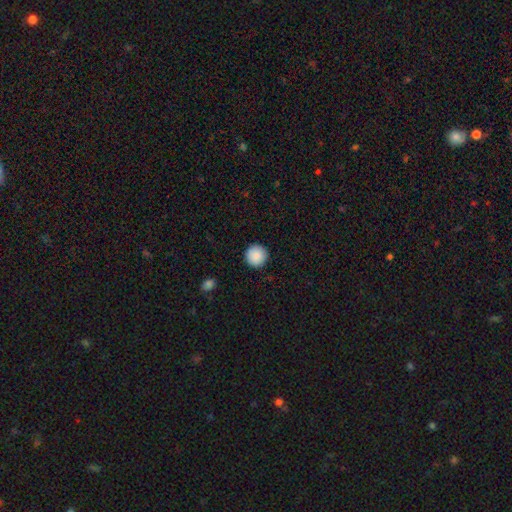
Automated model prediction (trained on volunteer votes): A smooth galaxy with no disk features (89%) that is round (96%). Merging: none (92%).